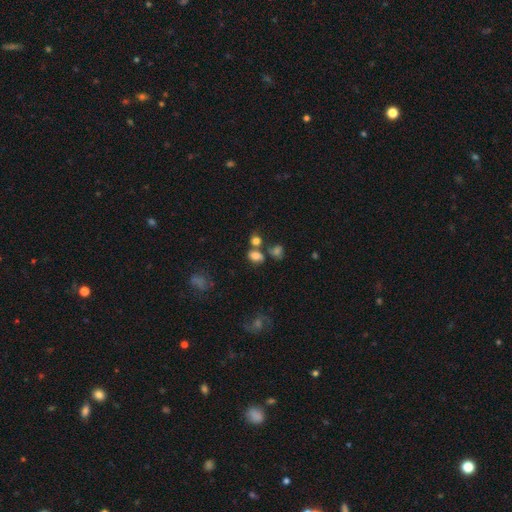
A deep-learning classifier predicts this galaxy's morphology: type=smooth (74%); roundness=in between (71%); merging=none (51%).